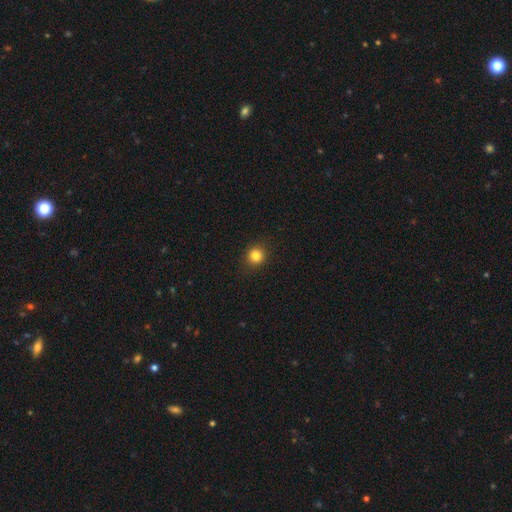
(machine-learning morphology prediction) Q: Smooth or featured?
A: smooth (83%); runner-up: star or artifact (12%)
Q: How rounded?
A: round (89%); runner-up: in between (10%)
Q: Merging?
A: none (90%); runner-up: minor disturbance (7%)